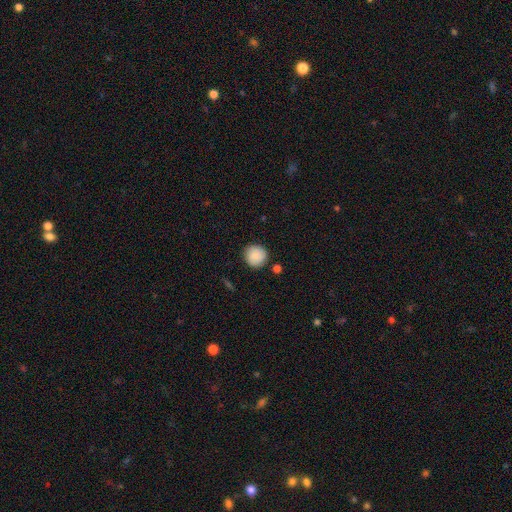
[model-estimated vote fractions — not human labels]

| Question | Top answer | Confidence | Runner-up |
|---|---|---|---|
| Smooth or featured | smooth | 89% | star or artifact (7%) |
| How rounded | round | 93% | in between (6%) |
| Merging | none | 87% | minor disturbance (9%) |